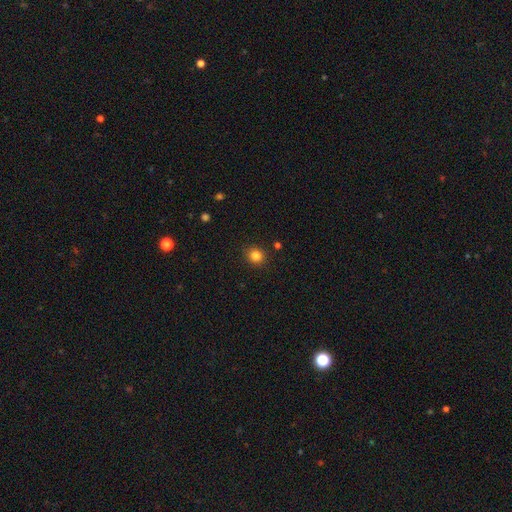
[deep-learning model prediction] smooth 83%, star or artifact 12%, featured or disk 5%. Down the decision tree: how rounded — round (88%); merging — none (89%).